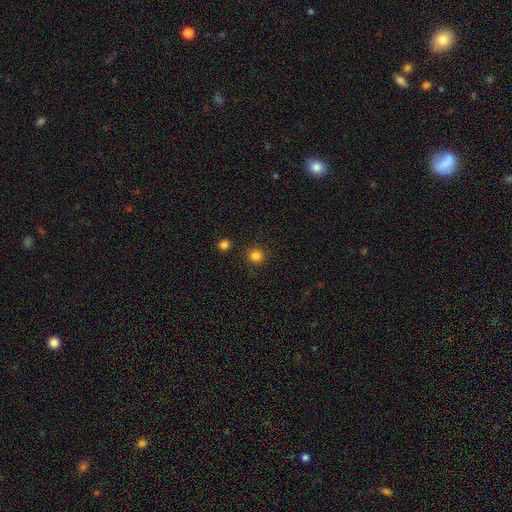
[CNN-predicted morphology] smooth-or-featured: smooth: 83% | star or artifact: 13% | featured or disk: 4%
  how-rounded: round: 92% | in between: 7% | cigar-shaped: 1%
  merging: none: 89% | minor disturbance: 6% | merger: 3% | major disturbance: 2%